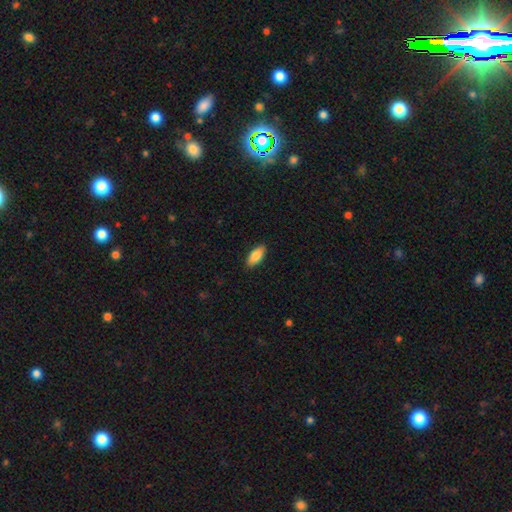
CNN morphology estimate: smooth_or_featured: smooth (p=0.85) [alt: featured or disk p=0.09]
how_rounded: in between (p=0.87) [alt: cigar-shaped p=0.11]
merging: none (p=0.89) [alt: minor disturbance p=0.08]